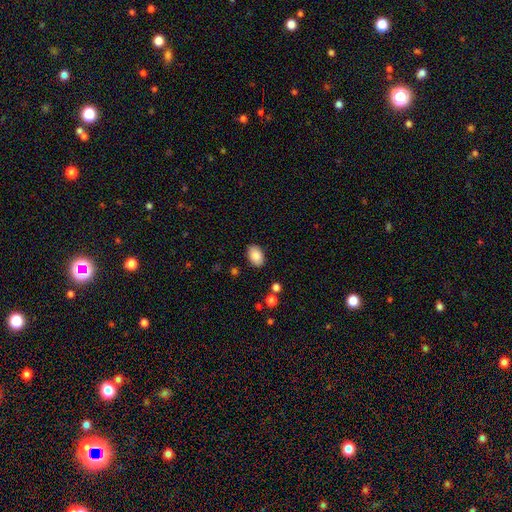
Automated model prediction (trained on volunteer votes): Smooth or featured: smooth — 86% (star or artifact — 7%)
How rounded: in between — 88% (round — 10%)
Merging: none — 88% (minor disturbance — 9%)